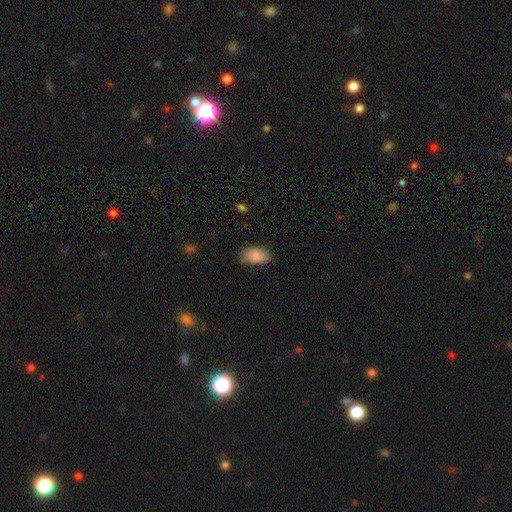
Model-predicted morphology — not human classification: A smooth galaxy with no disk features (83%) that is in between round and cigar-shaped (94%). Merging: none (78%).